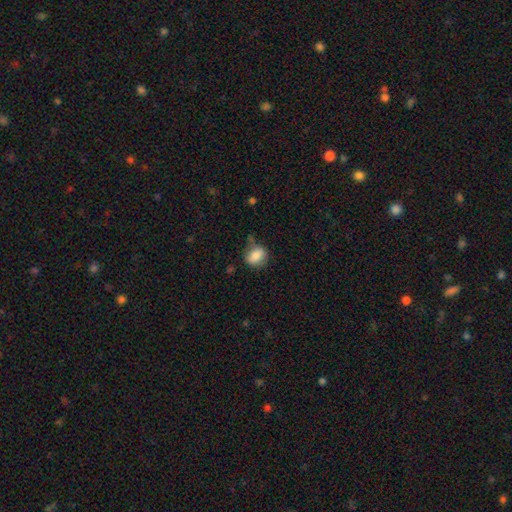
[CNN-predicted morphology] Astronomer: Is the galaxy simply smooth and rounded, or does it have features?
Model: smooth — 83%.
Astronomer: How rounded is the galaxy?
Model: in between — 57% (runner-up: round, 41%).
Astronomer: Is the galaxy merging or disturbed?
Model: none — 62%.